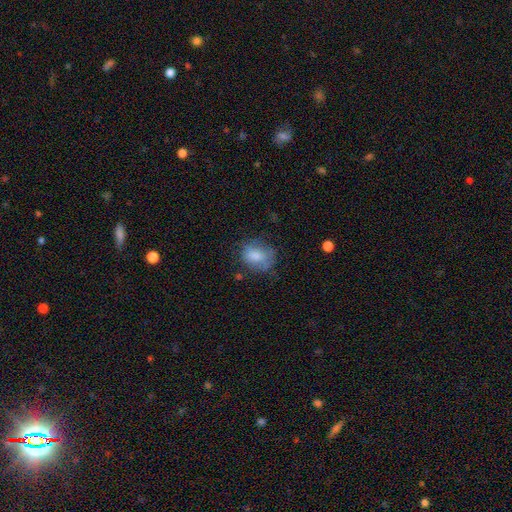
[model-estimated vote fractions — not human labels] smooth-or-featured: smooth: 74% | featured or disk: 17% | star or artifact: 9%
  how-rounded: in between: 53% | round: 46% | cigar-shaped: 1%
  merging: none: 58% | minor disturbance: 26% | major disturbance: 13% | merger: 3%